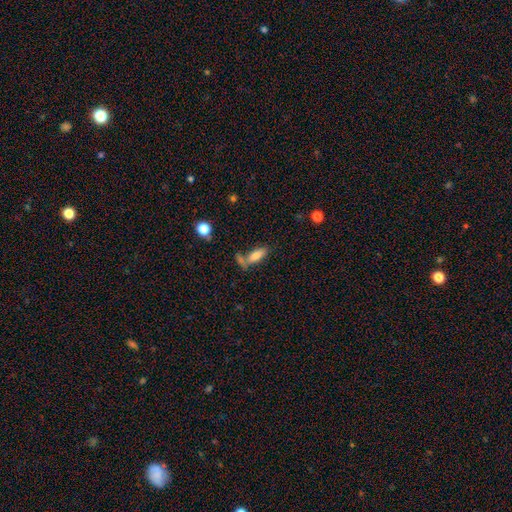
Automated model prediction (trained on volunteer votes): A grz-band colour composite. It shows a smooth galaxy with no disk features (75%) that is in between round and cigar-shaped (64%). Merging: none (53%).